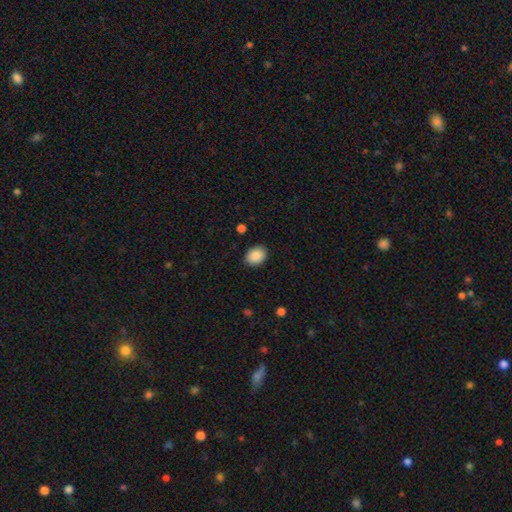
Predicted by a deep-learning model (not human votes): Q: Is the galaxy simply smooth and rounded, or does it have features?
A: smooth — 89%.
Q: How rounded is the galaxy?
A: in between — 63%.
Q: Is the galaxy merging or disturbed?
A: none — 89%.